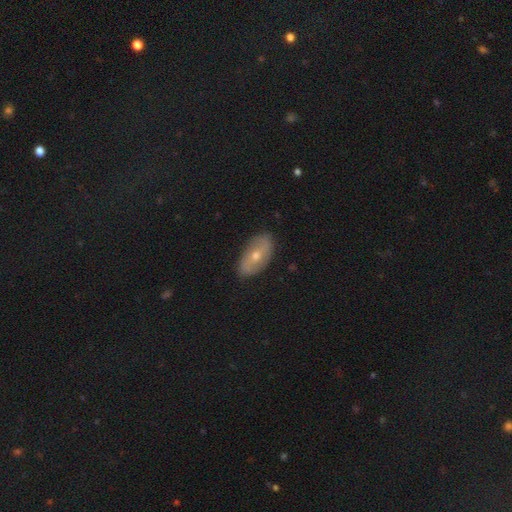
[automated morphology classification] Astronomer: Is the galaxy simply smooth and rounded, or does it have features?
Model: featured or disk — 52% (runner-up: smooth, 40%).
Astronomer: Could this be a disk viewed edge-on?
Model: no — 85%.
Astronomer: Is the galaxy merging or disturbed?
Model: none — 84%.